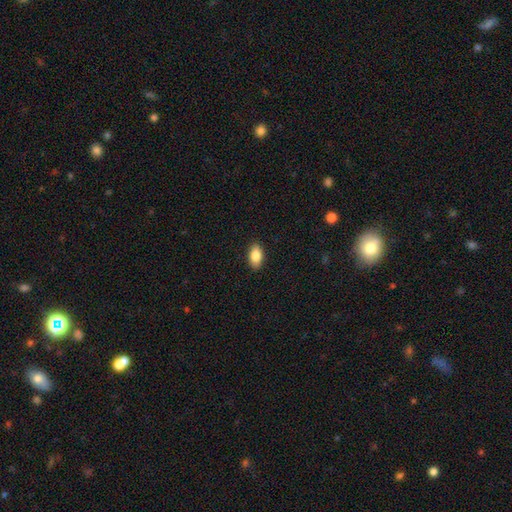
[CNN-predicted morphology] Smooth or featured?
  - smooth: 85% *
  - featured or disk: 8%
  - star or artifact: 7%
How rounded?
  - in between: 92% *
  - cigar-shaped: 4%
  - round: 4%
Merging?
  - none: 90% *
  - minor disturbance: 7%
  - major disturbance: 2%
  - merger: 1%